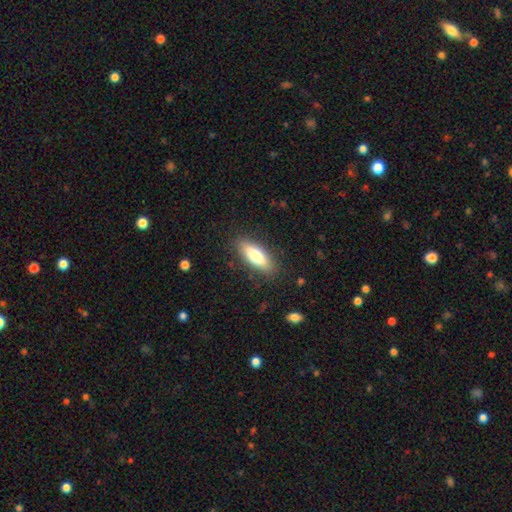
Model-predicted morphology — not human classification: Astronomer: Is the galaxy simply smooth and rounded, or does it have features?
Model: smooth — 71%.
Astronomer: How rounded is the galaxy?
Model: in between — 60% (runner-up: cigar-shaped, 38%).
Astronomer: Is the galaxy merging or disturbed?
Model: none — 86%.